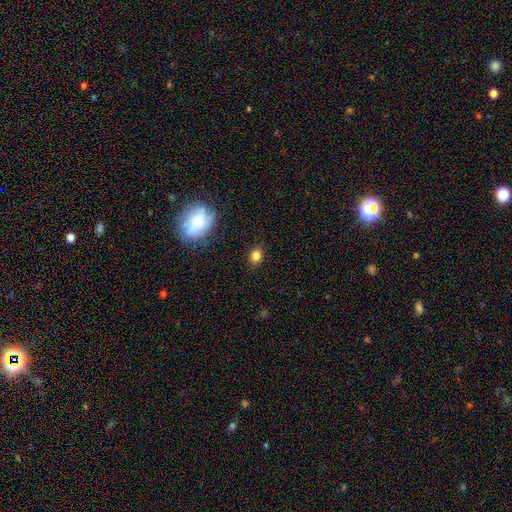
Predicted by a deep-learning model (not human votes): Smooth or featured?
  - smooth: 82% *
  - star or artifact: 11%
  - featured or disk: 6%
How rounded?
  - round: 53% *
  - in between: 46%
  - cigar-shaped: 1%
Merging?
  - none: 87% *
  - minor disturbance: 9%
  - major disturbance: 3%
  - merger: 1%